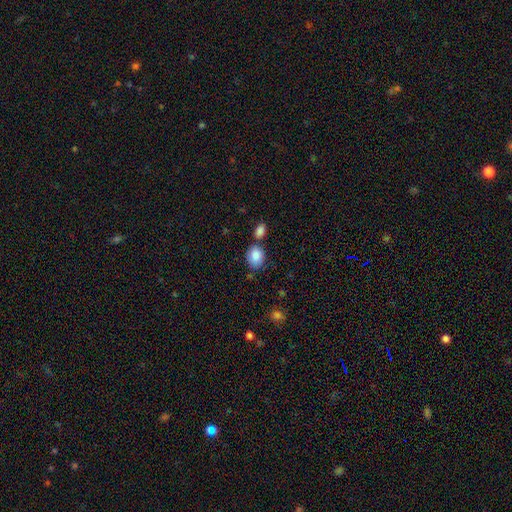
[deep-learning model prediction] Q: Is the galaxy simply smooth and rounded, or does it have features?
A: smooth — 87%.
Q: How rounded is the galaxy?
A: in between — 55%.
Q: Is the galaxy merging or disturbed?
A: none — 62%.